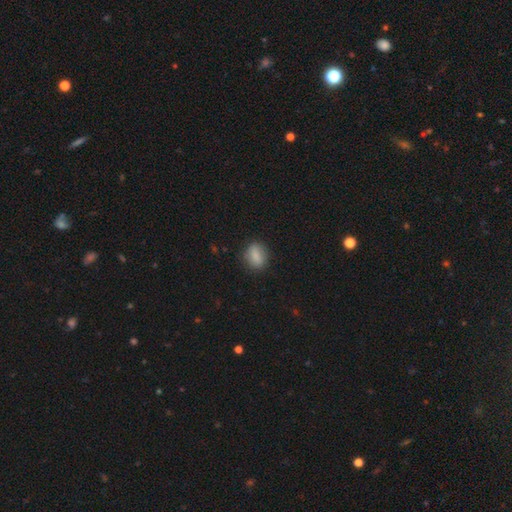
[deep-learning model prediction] Smooth or featured?
  - smooth: 86% *
  - star or artifact: 8%
  - featured or disk: 6%
How rounded?
  - in between: 63% *
  - round: 35%
  - cigar-shaped: 2%
Merging?
  - none: 83% *
  - minor disturbance: 13%
  - major disturbance: 3%
  - merger: 1%